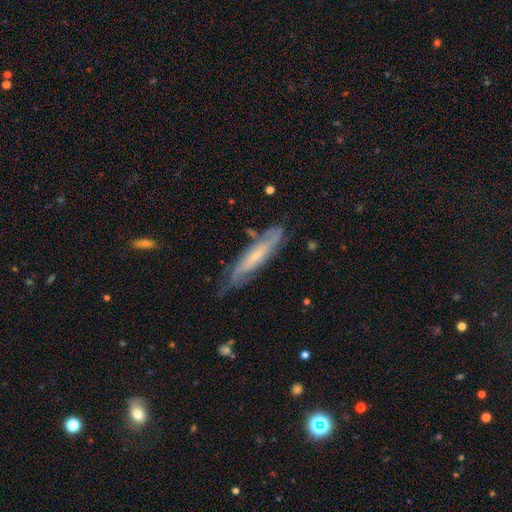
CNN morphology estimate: featured or disk 72%, smooth 22%, star or artifact 6%. Down the decision tree: edge-on disk — no (60%); merging — none (72%).